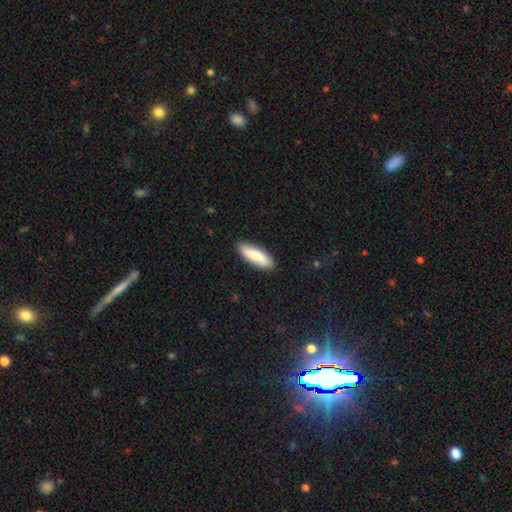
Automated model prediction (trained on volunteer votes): This appears to be a smooth galaxy with no disk features (84%) that is in between round and cigar-shaped (57%). Merging: none (88%).